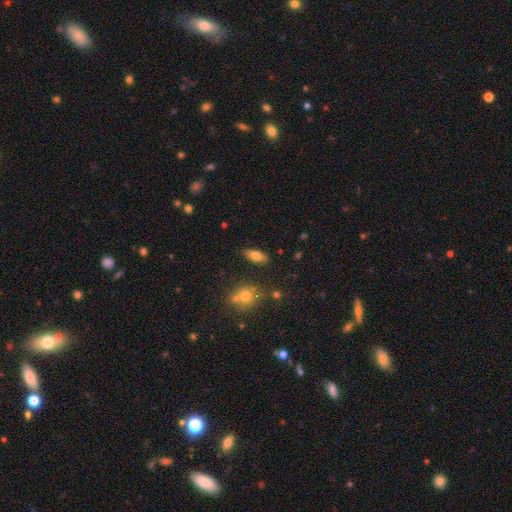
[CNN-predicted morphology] smooth_or_featured: smooth (p=0.72) [alt: featured or disk p=0.20]
how_rounded: in between (p=0.81) [alt: cigar-shaped p=0.15]
merging: none (p=0.83) [alt: minor disturbance p=0.11]